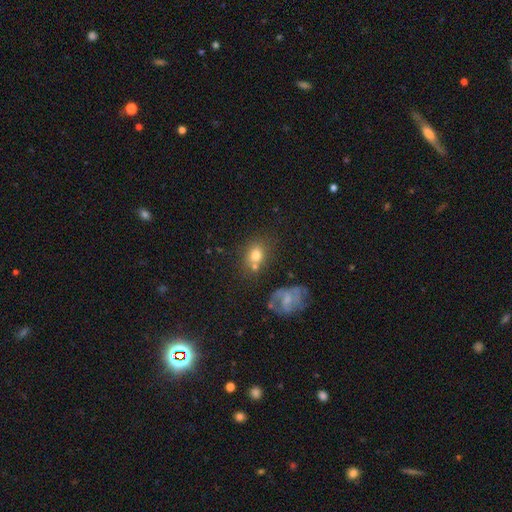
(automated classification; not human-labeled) Smooth or featured? Predicted: smooth (p=0.72). How rounded? Predicted: in between (p=0.51). Merging? Predicted: none (p=0.55).